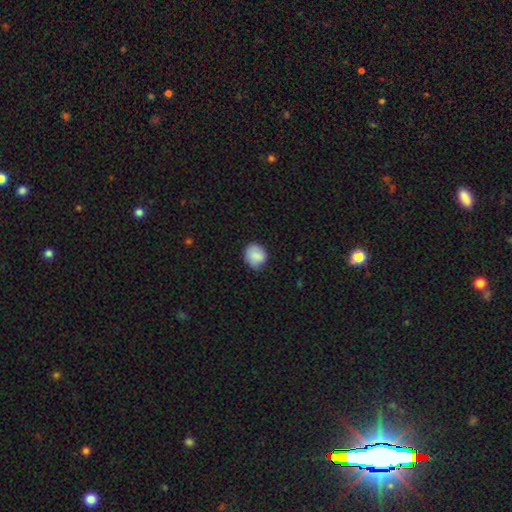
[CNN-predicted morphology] Overall: smooth (86%). How rounded: round (73%). Merging: none (75%).